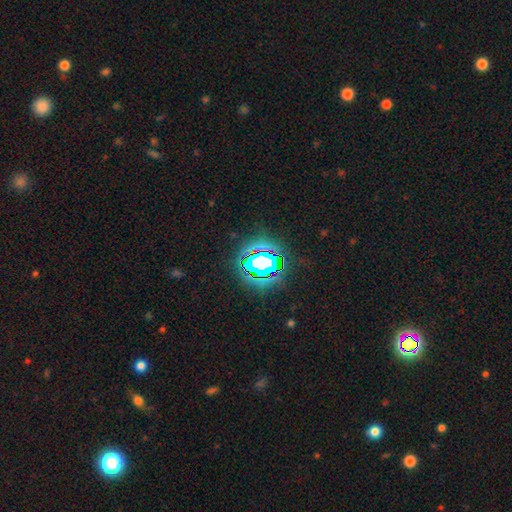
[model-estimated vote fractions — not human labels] Smooth or featured? Predicted: star or artifact (p=0.66).